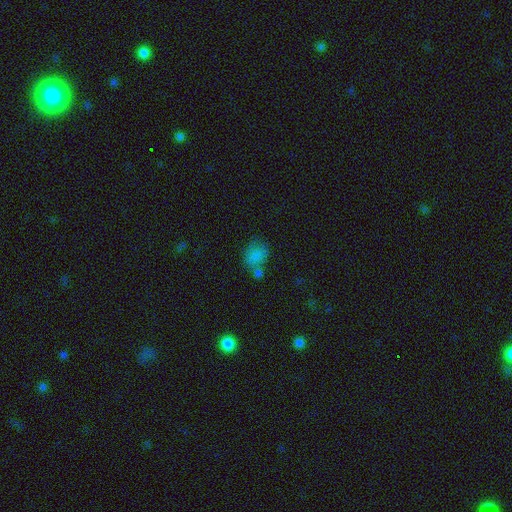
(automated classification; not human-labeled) Smooth or featured: smooth — 79% (star or artifact — 12%)
How rounded: in between — 55% (round — 44%)
Merging: none — 43% (merger — 29%)